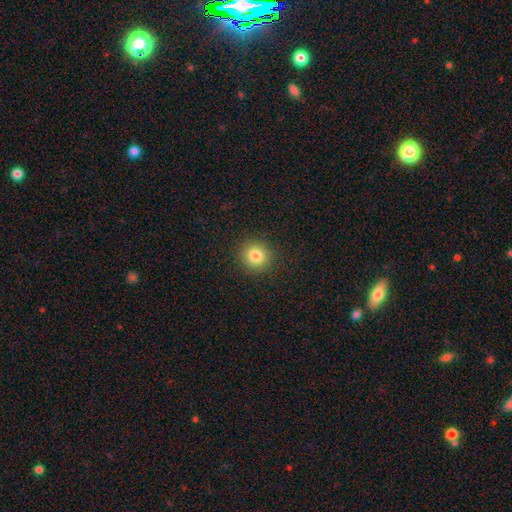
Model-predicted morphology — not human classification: Smooth or featured? Predicted: smooth (p=0.82). How rounded? Predicted: round (p=0.93). Merging? Predicted: none (p=0.91).